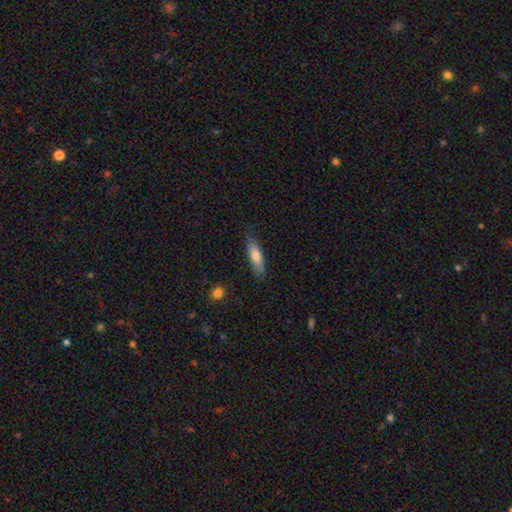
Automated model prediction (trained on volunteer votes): Smooth or featured? smooth (73%)
How rounded? cigar-shaped (55%)
Merging? none (83%)